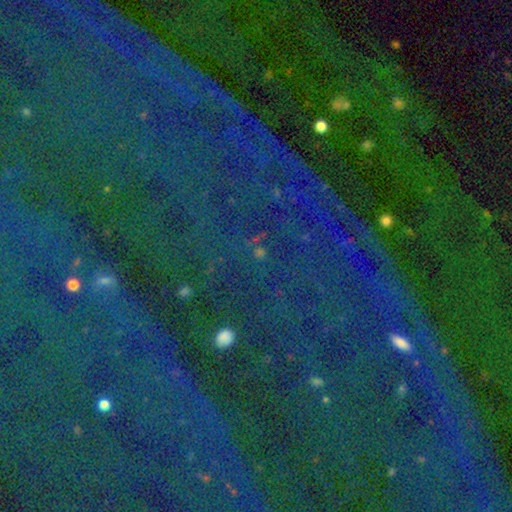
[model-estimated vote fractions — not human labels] smooth_or_featured: star or artifact (p=0.83) [alt: smooth p=0.10]